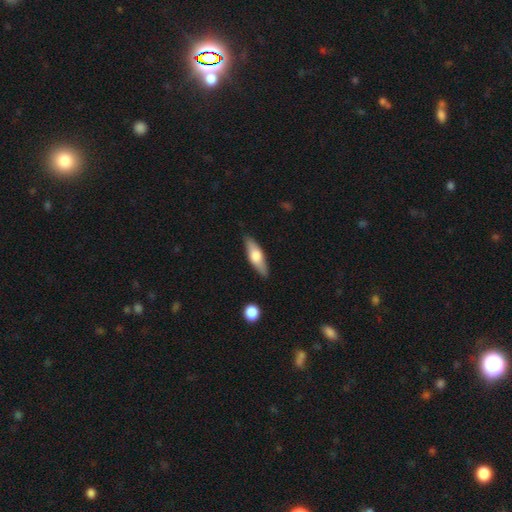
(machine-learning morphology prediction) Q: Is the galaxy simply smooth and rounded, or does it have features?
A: smooth — 51%.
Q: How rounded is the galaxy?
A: cigar-shaped — 50%.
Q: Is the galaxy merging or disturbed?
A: none — 86%.